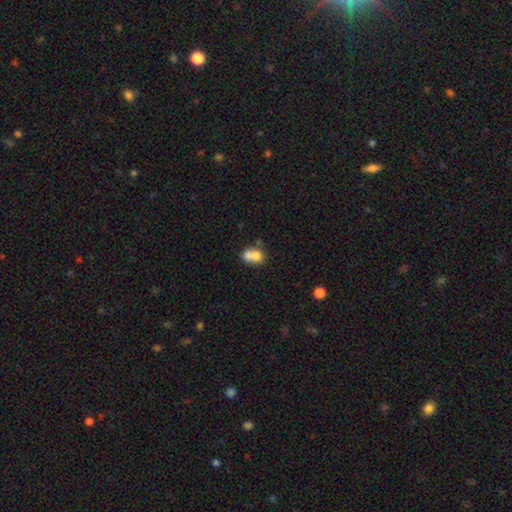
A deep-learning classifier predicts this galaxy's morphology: The model was most divided on "how rounded": round: 54%, in between: 45%, cigar-shaped: 1%. More confident: smooth or featured — smooth (70%); merging — merger (64%).